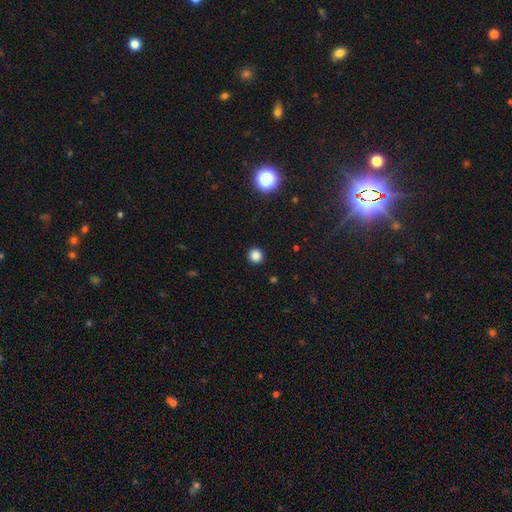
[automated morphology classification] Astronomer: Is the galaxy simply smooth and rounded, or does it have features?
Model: smooth — 84%.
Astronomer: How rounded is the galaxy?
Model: round — 94%.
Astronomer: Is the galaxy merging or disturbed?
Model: none — 92%.